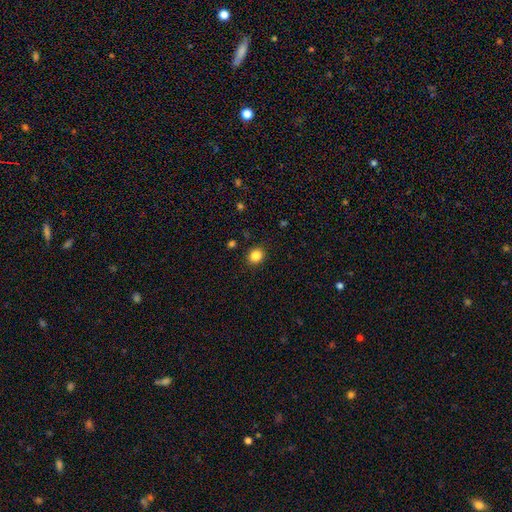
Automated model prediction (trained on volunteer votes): smooth-or-featured: smooth: 84% | star or artifact: 12% | featured or disk: 5%
  how-rounded: round: 77% | in between: 23% | cigar-shaped: 1%
  merging: none: 90% | minor disturbance: 7% | major disturbance: 2% | merger: 1%